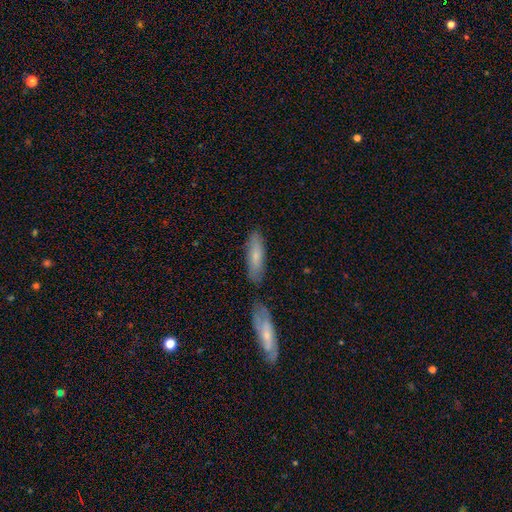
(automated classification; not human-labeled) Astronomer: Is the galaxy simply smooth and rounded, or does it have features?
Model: smooth — 70%.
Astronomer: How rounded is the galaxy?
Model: cigar-shaped — 55% (runner-up: in between, 43%).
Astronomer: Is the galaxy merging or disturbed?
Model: none — 67%.